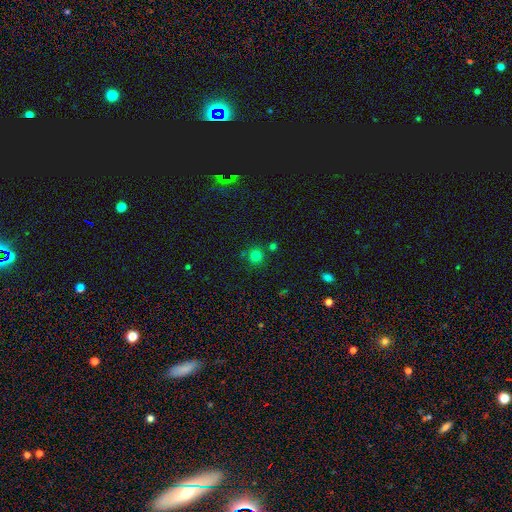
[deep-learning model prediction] Q: Smooth or featured?
A: smooth (77%); runner-up: star or artifact (18%)
Q: How rounded?
A: round (93%); runner-up: in between (6%)
Q: Merging?
A: none (79%); runner-up: merger (9%)